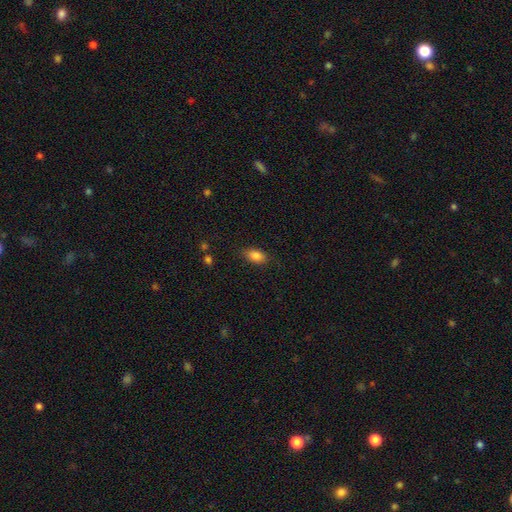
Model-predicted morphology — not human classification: Q: Smooth or featured?
A: smooth (86%); runner-up: star or artifact (9%)
Q: How rounded?
A: in between (89%); runner-up: round (7%)
Q: Merging?
A: none (84%); runner-up: minor disturbance (12%)